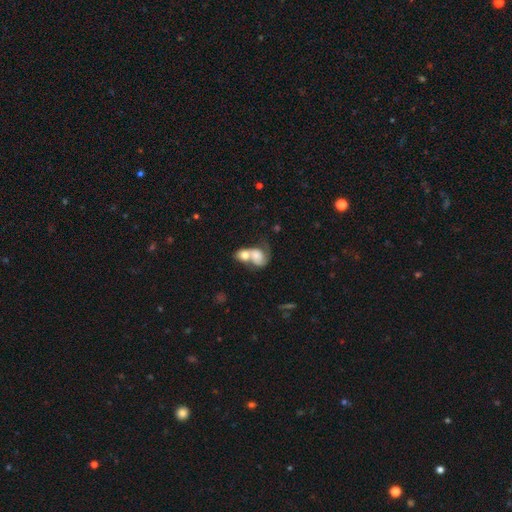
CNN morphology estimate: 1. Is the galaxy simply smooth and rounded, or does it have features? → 49% smooth, 43% featured or disk, 8% star or artifact.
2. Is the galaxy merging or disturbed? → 78% merger, 10% none, 8% major disturbance, 5% minor disturbance.